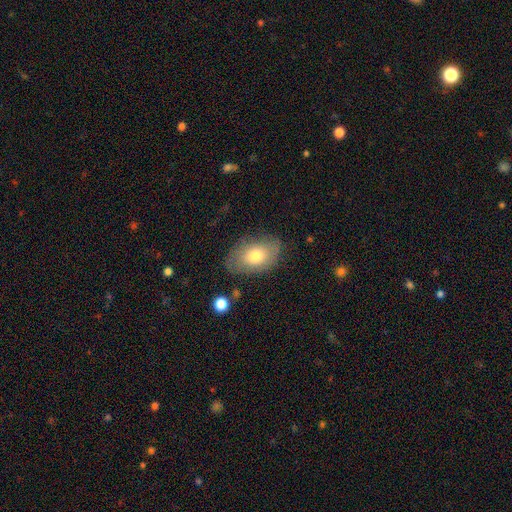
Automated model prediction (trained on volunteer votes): Smooth or featured? smooth (69%)
How rounded? in between (89%)
Merging? none (73%)